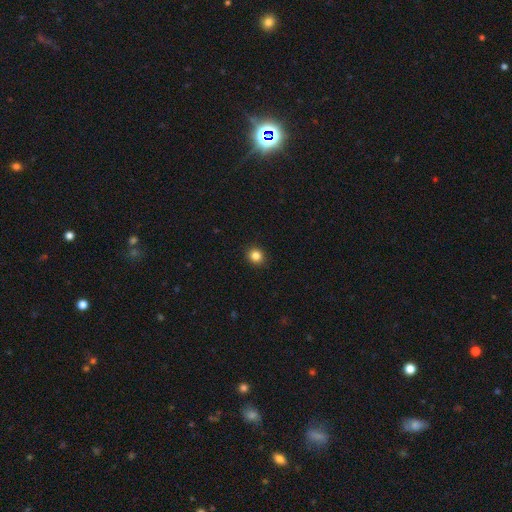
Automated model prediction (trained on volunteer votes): Smooth or featured: smooth — 85% (star or artifact — 11%)
How rounded: round — 87% (in between — 12%)
Merging: none — 92% (minor disturbance — 5%)